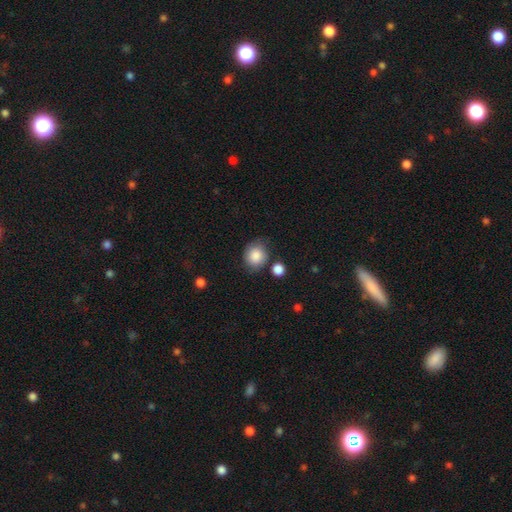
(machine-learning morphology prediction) A smooth galaxy with no disk features (85%) that is round (71%).

Vote fractions:
- Smooth or featured? smooth: 85% / star or artifact: 8% / featured or disk: 8%
- How rounded? round: 71% / in between: 28% / cigar-shaped: 1%
- Merging? none: 70% / minor disturbance: 19% / merger: 6% / major disturbance: 5%